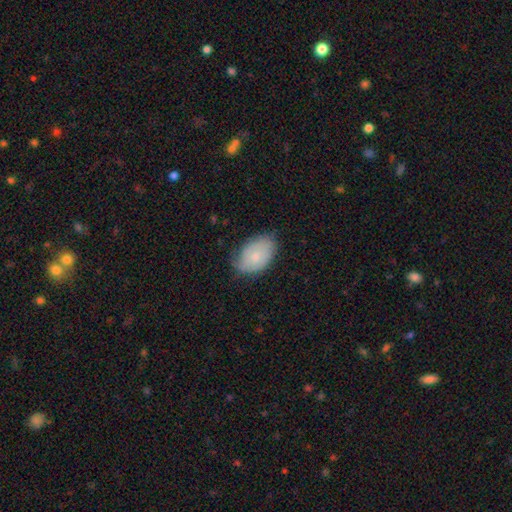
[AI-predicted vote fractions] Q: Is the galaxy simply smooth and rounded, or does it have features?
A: smooth — 60%.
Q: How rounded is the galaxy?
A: in between — 90%.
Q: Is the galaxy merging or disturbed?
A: none — 66%.